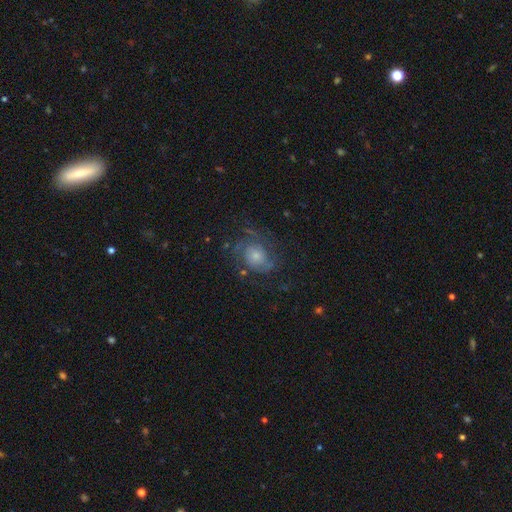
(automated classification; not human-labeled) Smooth or featured? Predicted: featured or disk (p=0.70). Edge-on disk? Predicted: no (p=0.97). Bar? Predicted: no (p=0.77). Spiral arms? Predicted: yes (p=0.88). Spiral winding? Predicted: tight (p=0.43). Spiral arm count? Predicted: 2 (p=0.40). Bulge size? Predicted: small (p=0.45). Merging? Predicted: none (p=0.67).